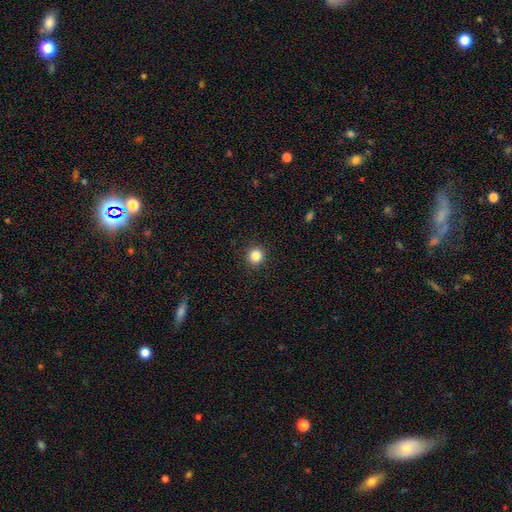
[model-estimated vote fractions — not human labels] Morphology: type=smooth (85%); roundness=round (93%); merging=none (91%).